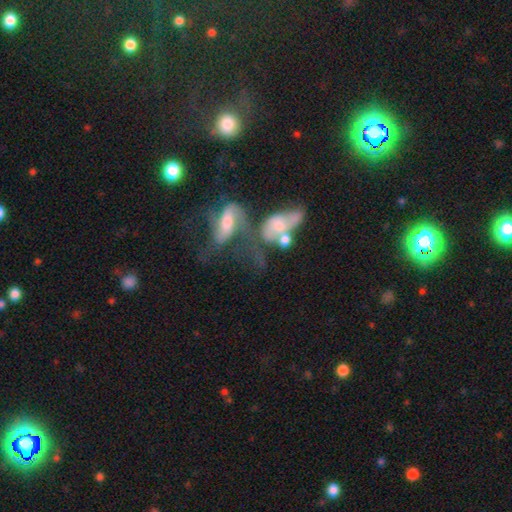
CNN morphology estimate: Overall: featured or disk (56%; smooth 26%). Edge-on disk: no (86%). Merging: merger (47%; major disturbance 21%).